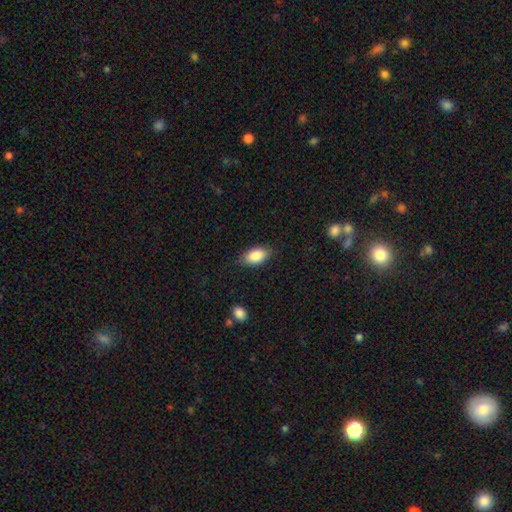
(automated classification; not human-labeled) smooth-or-featured: smooth: 86% | star or artifact: 7% | featured or disk: 7%
  how-rounded: in between: 92% | round: 5% | cigar-shaped: 3%
  merging: none: 83% | minor disturbance: 13% | major disturbance: 3% | merger: 1%